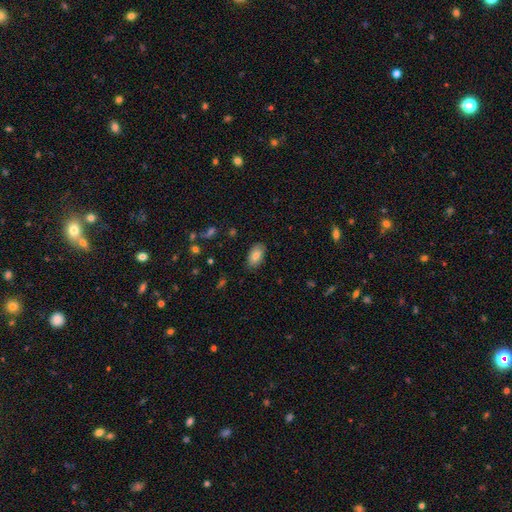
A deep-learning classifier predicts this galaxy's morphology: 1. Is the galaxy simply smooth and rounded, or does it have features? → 82% smooth, 10% featured or disk, 8% star or artifact.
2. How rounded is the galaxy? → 93% in between, 5% round, 2% cigar-shaped.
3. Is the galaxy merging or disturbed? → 86% none, 11% minor disturbance, 2% major disturbance, 1% merger.